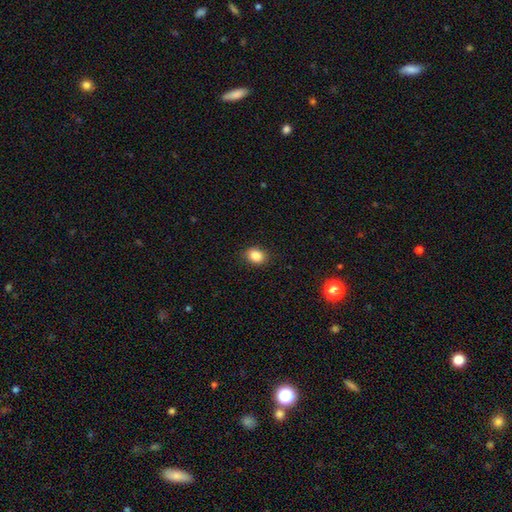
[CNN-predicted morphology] This appears to be a smooth galaxy with no disk features (85%) that is in between round and cigar-shaped (52%). Merging: none (89%).